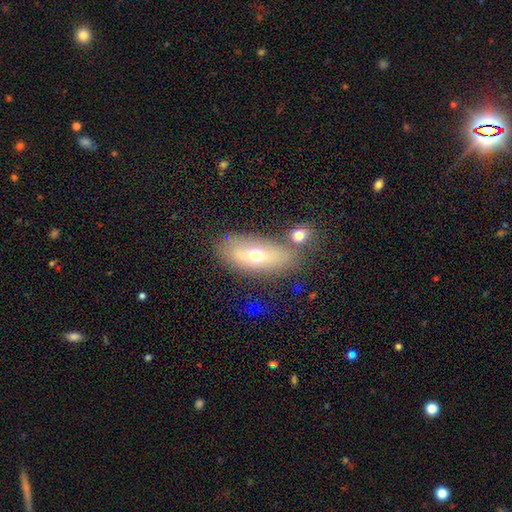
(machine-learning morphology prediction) This is possibly a smooth galaxy (58%). How rounded: clearly in between (81%). Merging: possibly none (58%).